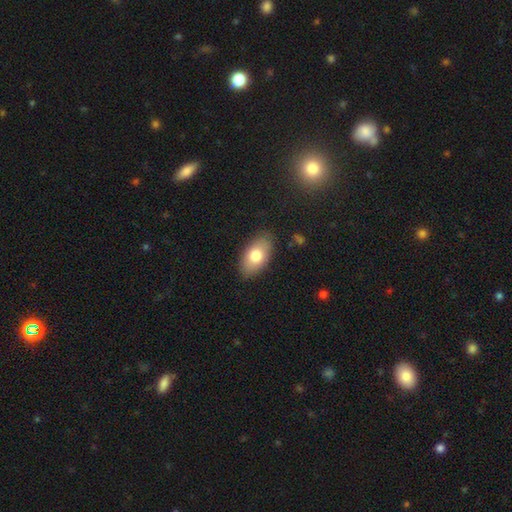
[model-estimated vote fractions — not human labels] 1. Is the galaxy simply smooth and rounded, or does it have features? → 77% smooth, 17% featured or disk, 7% star or artifact.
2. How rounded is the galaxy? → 92% in between, 5% round, 3% cigar-shaped.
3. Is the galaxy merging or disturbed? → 85% none, 11% minor disturbance, 3% major disturbance, 1% merger.